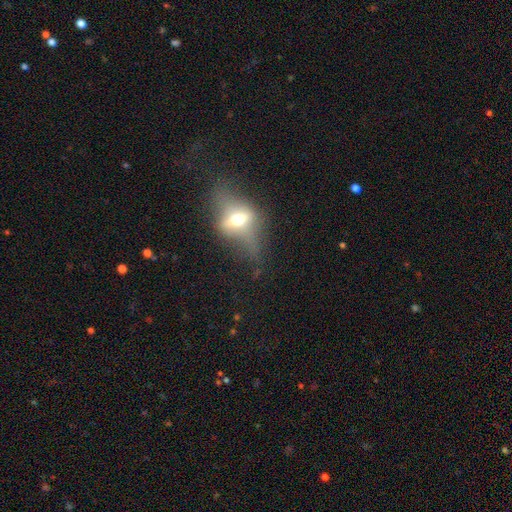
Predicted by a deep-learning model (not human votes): Smooth or featured?
  - featured or disk: 57% *
  - smooth: 27%
  - star or artifact: 16%
Edge-on disk?
  - yes: 57% *
  - no: 43%
Merging?
  - none: 49% *
  - major disturbance: 25%
  - minor disturbance: 22%
  - merger: 5%